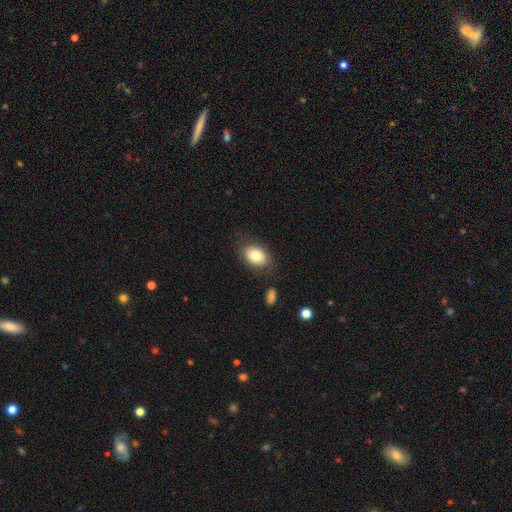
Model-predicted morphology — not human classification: Smooth or featured? Predicted: smooth (p=0.80). How rounded? Predicted: in between (p=0.79). Merging? Predicted: none (p=0.77).